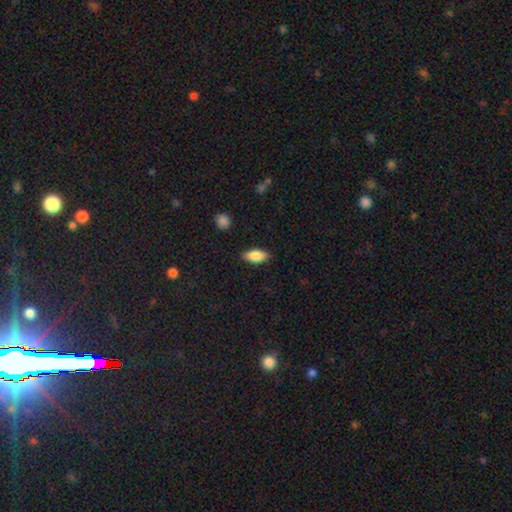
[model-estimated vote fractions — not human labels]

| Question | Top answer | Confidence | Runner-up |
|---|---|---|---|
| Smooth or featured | smooth | 84% | featured or disk (9%) |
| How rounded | in between | 86% | cigar-shaped (12%) |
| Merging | none | 86% | minor disturbance (11%) |